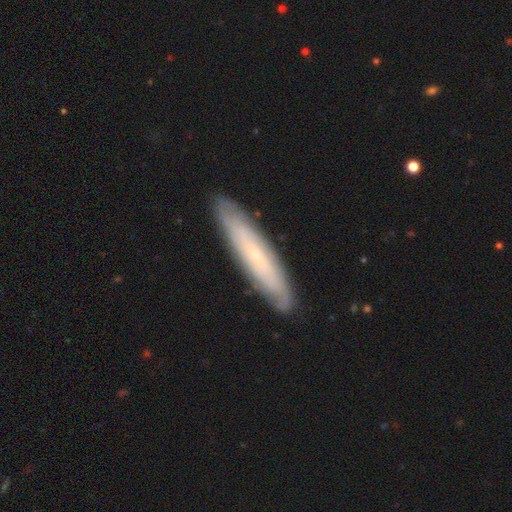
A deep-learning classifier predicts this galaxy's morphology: smooth_or_featured: featured or disk (p=0.56) [alt: smooth p=0.37]
disk_edge_on: yes (p=0.54) [alt: no p=0.46]
merging: none (p=0.87) [alt: minor disturbance p=0.10]